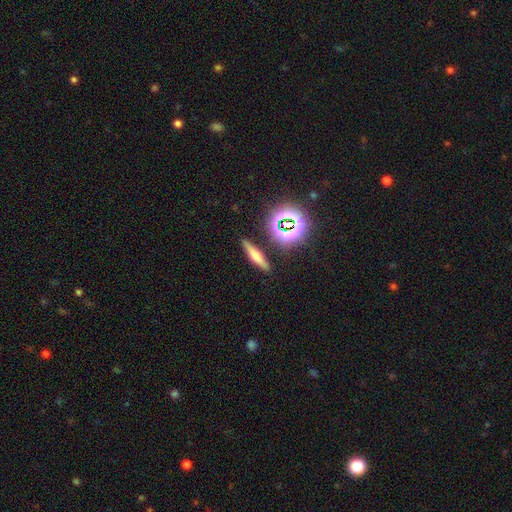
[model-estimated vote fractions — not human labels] The model was most divided on "smooth or featured": smooth: 50%, featured or disk: 33%, star or artifact: 17%. More confident: merging — none (86%).